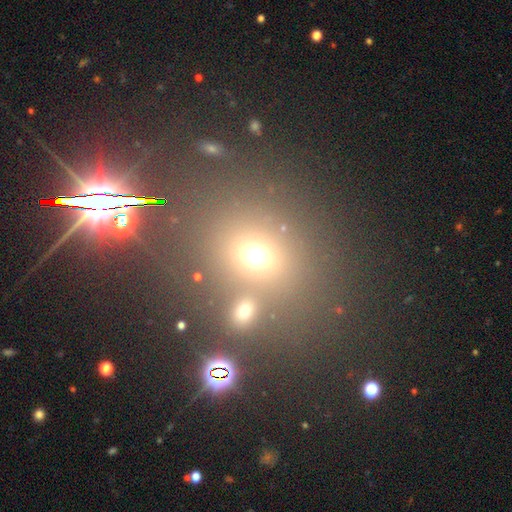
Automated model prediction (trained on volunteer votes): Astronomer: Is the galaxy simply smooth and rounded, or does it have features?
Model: smooth — 63%.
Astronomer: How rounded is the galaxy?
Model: round — 66%.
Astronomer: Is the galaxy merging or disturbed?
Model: none — 62%.